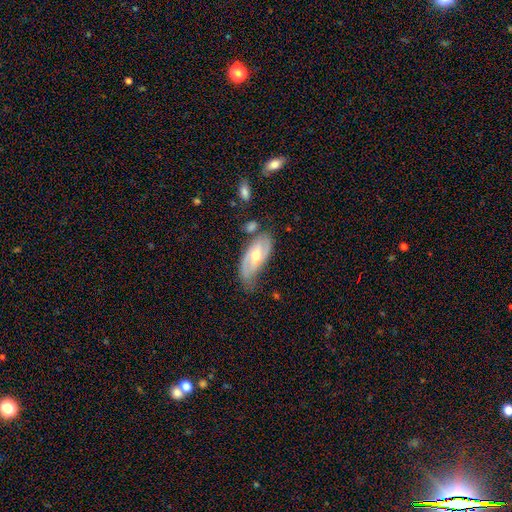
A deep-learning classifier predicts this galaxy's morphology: The model was most divided on "bar": weak: 42%, no: 39%, strong: 20%. More confident: edge-on disk — no (88%); spiral arms — yes (78%); bulge size — moderate (72%); smooth or featured — featured or disk (66%); merging — none (53%).